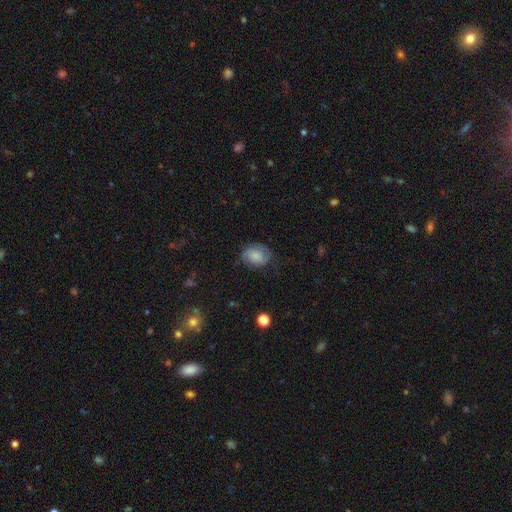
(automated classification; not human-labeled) A smooth galaxy with no disk features (48%).

Vote fractions:
- Smooth or featured? smooth: 48% / featured or disk: 43% / star or artifact: 9%
- Merging? none: 67% / minor disturbance: 22% / major disturbance: 10% / merger: 1%